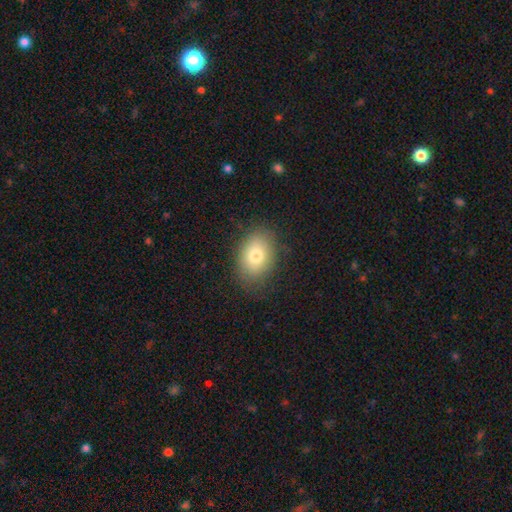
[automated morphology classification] This appears to be a smooth galaxy with no disk features (78%) that is in between round and cigar-shaped (72%). Merging: none (83%).